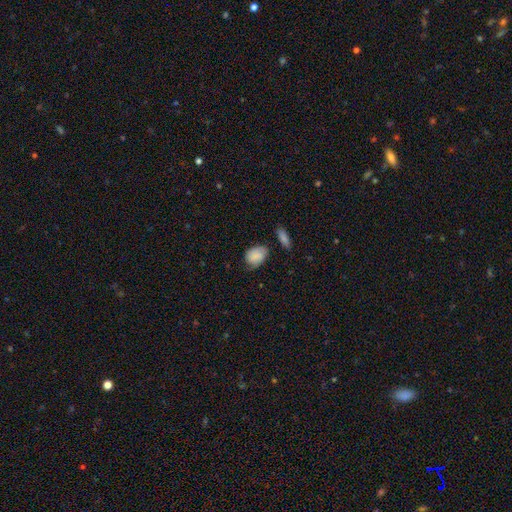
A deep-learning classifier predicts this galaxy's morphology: A smooth galaxy with no disk features (64%) that is in between round and cigar-shaped (72%).

Vote fractions:
- Smooth or featured? smooth: 64% / featured or disk: 27% / star or artifact: 8%
- How rounded? in between: 72% / round: 27% / cigar-shaped: 2%
- Merging? none: 54% / minor disturbance: 31% / major disturbance: 10% / merger: 5%